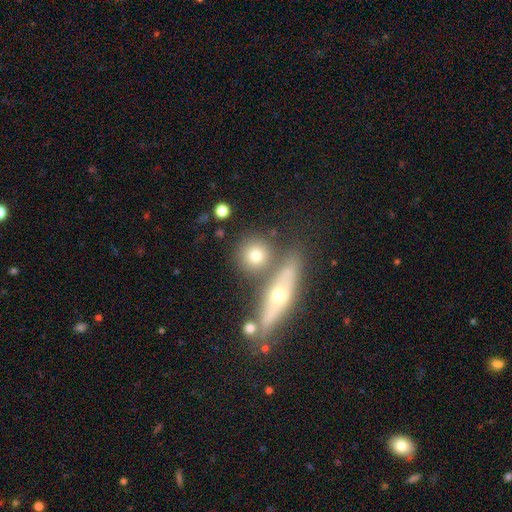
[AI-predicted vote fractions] smooth_or_featured: smooth (p=0.72) [alt: featured or disk p=0.18]
how_rounded: round (p=0.79) [alt: in between p=0.15]
merging: none (p=0.65) [alt: merger p=0.22]